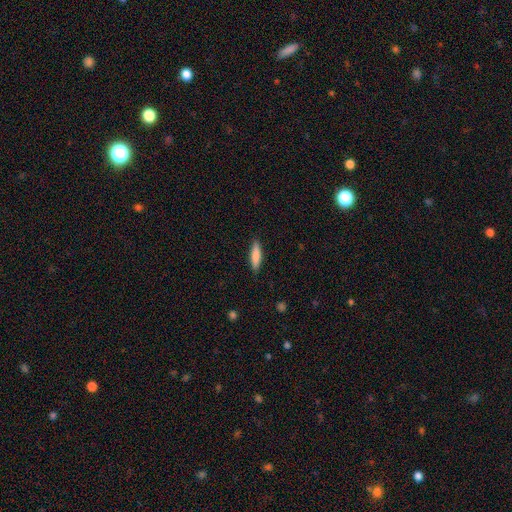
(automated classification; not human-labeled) smooth_or_featured: smooth (p=0.81) [alt: featured or disk p=0.13]
how_rounded: cigar-shaped (p=0.73) [alt: in between p=0.26]
merging: none (p=0.88) [alt: minor disturbance p=0.09]